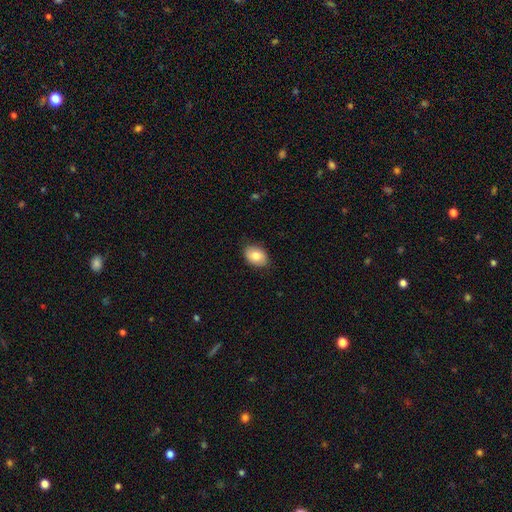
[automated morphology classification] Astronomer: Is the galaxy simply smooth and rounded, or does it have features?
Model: smooth — 82%.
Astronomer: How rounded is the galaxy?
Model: in between — 79%.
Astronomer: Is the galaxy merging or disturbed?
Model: none — 83%.